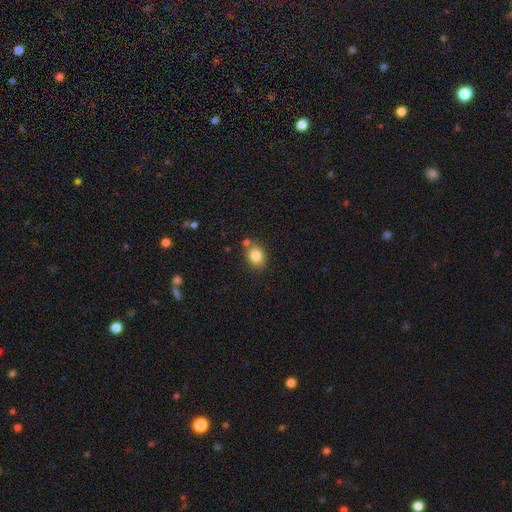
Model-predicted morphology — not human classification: Smooth or featured? smooth (83%)
How rounded? round (51%)
Merging? none (75%)